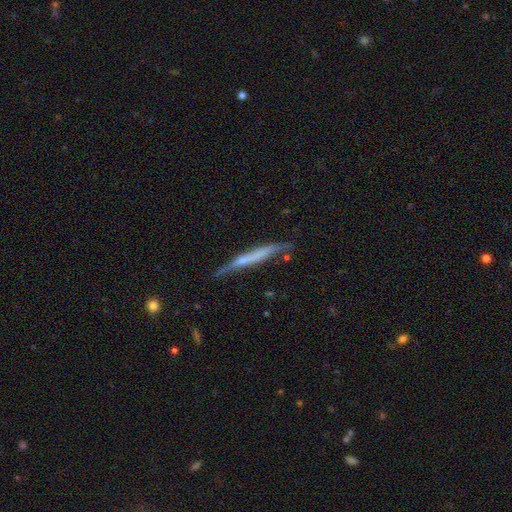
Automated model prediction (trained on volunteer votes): A featured or disk galaxy (56%) viewed edge-on (93%) with no central bulge (69%).

Vote fractions:
- Smooth or featured? featured or disk: 56% / smooth: 38% / star or artifact: 7%
- Edge-on disk? yes: 93% / no: 7%
- Edge-on bulge? none: 69% / rounded: 19% / boxy: 11%
- Merging? none: 68% / minor disturbance: 23% / major disturbance: 6% / merger: 3%